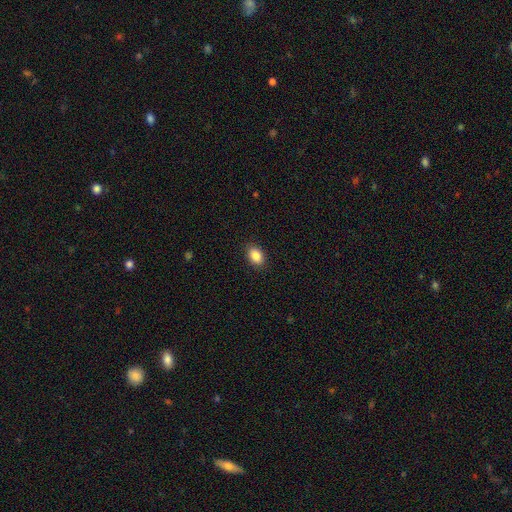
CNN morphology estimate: This appears to be a smooth galaxy with no disk features (87%) that is in between round and cigar-shaped (80%). Merging: none (89%).